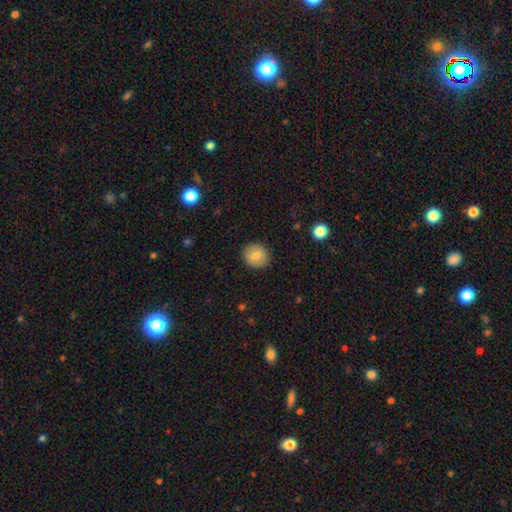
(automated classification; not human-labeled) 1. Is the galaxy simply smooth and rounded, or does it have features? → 77% smooth, 15% featured or disk, 8% star or artifact.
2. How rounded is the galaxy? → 88% round, 11% in between, 1% cigar-shaped.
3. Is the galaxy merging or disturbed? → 89% none, 8% minor disturbance, 2% major disturbance, 1% merger.